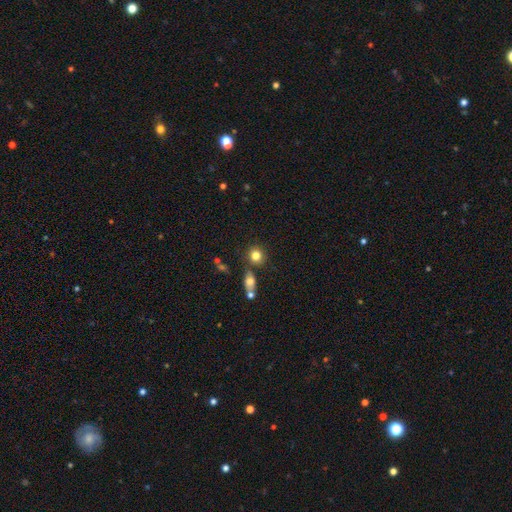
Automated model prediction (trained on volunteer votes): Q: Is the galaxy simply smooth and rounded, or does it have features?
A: smooth — 79%.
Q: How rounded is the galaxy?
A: round — 86%.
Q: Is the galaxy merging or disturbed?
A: none — 73%.